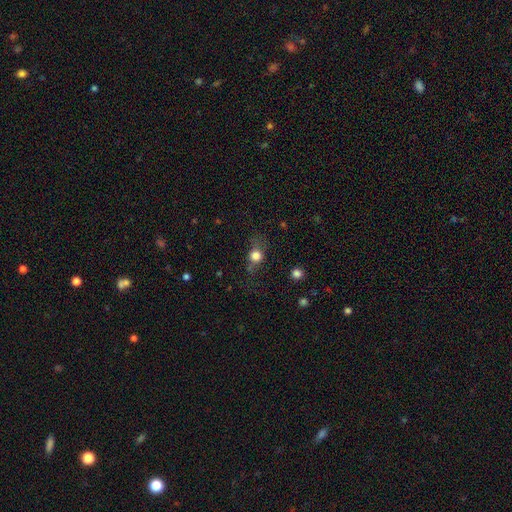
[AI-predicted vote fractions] Q: Smooth or featured?
A: smooth (76%); runner-up: star or artifact (12%)
Q: How rounded?
A: round (75%); runner-up: in between (23%)
Q: Merging?
A: none (57%); runner-up: minor disturbance (23%)